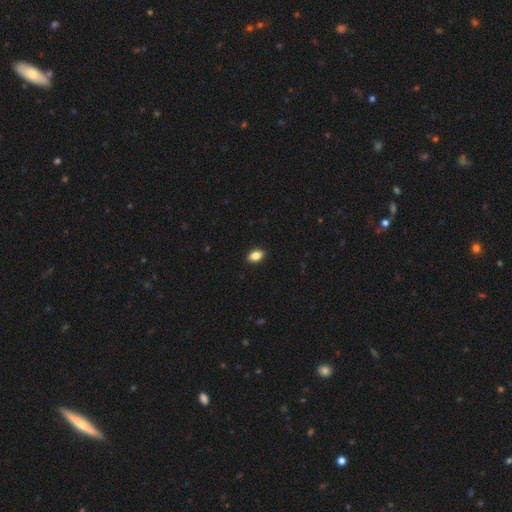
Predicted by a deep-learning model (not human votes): Morphology: type=smooth (86%); roundness=in between (88%); merging=none (90%).